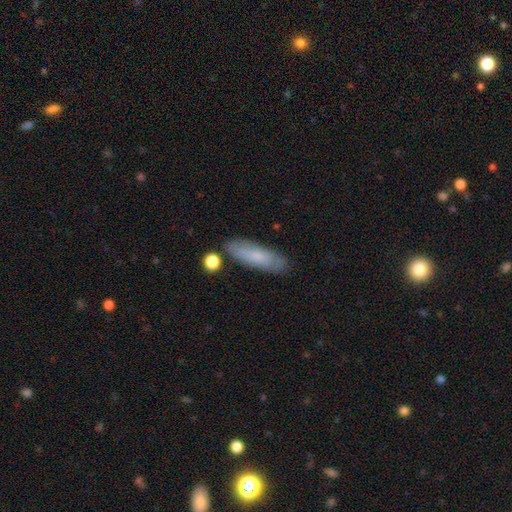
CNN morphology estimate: Smooth or featured?
  - smooth: 69% *
  - featured or disk: 24%
  - star or artifact: 7%
How rounded?
  - cigar-shaped: 49% * (tied)
  - in between: 49% * (tied)
  - round: 2%
Merging?
  - none: 78% *
  - minor disturbance: 14%
  - merger: 4%
  - major disturbance: 3%